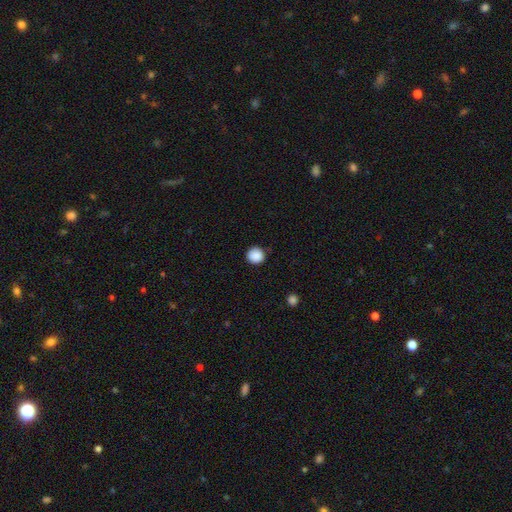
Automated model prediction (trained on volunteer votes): smooth-or-featured: smooth: 88% | star or artifact: 9% | featured or disk: 3%
  how-rounded: round: 94% | in between: 5% | cigar-shaped: 1%
  merging: none: 89% | minor disturbance: 8% | major disturbance: 2% | merger: 1%